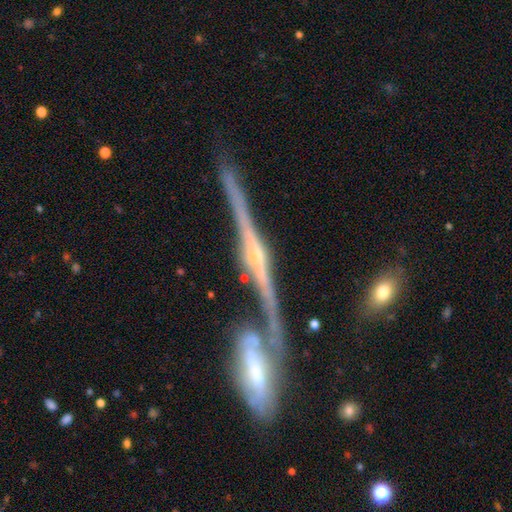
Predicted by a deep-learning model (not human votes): Morphology: type=featured or disk (87%); edge-on=yes (95%); edge-on bulge=rounded (81%); merging=none (55%).